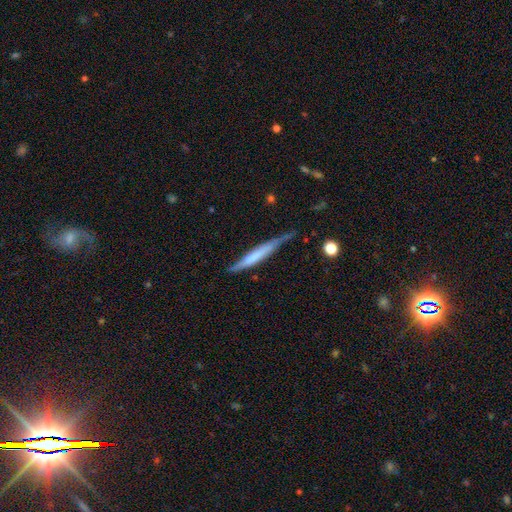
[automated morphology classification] Overall: smooth (49%; featured or disk 45%). Merging: none (60%; minor disturbance 29%).